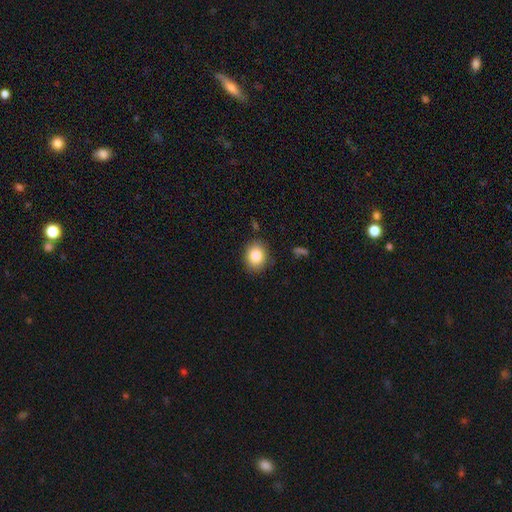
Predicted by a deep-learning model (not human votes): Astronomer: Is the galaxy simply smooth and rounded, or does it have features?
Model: smooth — 84%.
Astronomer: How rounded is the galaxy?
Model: round — 53% (runner-up: in between, 46%).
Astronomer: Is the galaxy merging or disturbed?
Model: none — 85%.